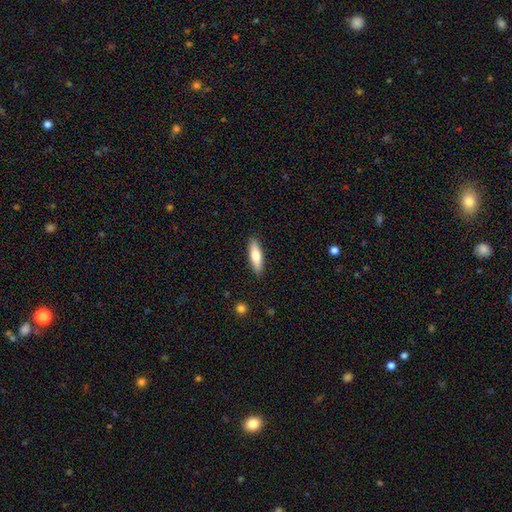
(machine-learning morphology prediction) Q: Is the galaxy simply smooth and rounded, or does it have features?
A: smooth — 71%.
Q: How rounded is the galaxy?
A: cigar-shaped — 60%.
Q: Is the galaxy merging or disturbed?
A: none — 89%.